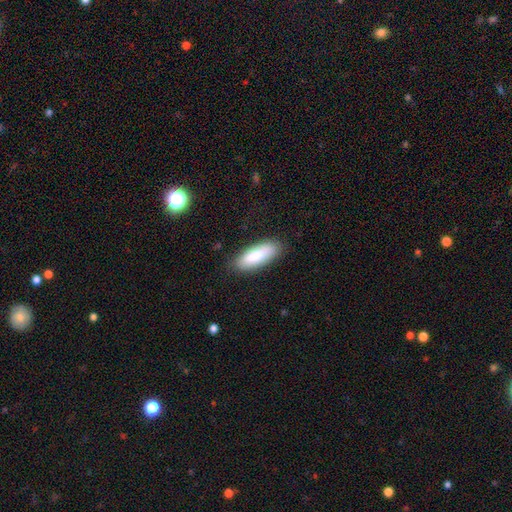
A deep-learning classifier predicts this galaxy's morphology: smooth-or-featured: smooth: 82% | featured or disk: 12% | star or artifact: 6%
  how-rounded: in between: 69% | cigar-shaped: 29% | round: 2%
  merging: none: 84% | minor disturbance: 12% | major disturbance: 3% | merger: 1%